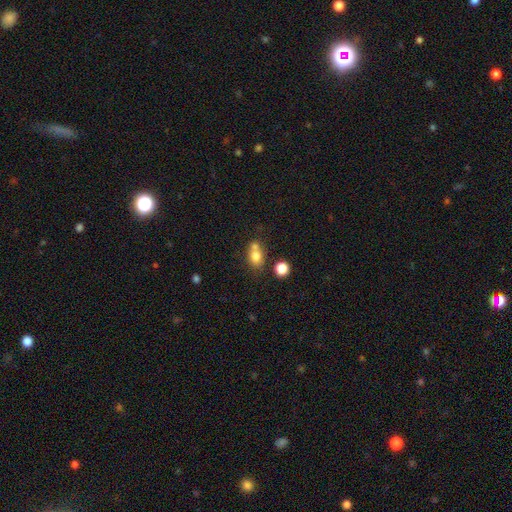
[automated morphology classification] Smooth or featured: smooth — 76% (featured or disk — 12%)
How rounded: in between — 55% (round — 43%)
Merging: none — 45% (merger — 38%)